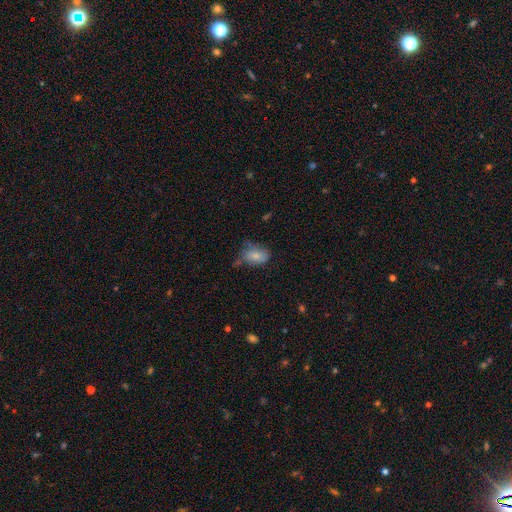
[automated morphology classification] smooth 76%, featured or disk 16%, star or artifact 9%. Down the decision tree: how rounded — in between (83%); merging — none (44%).